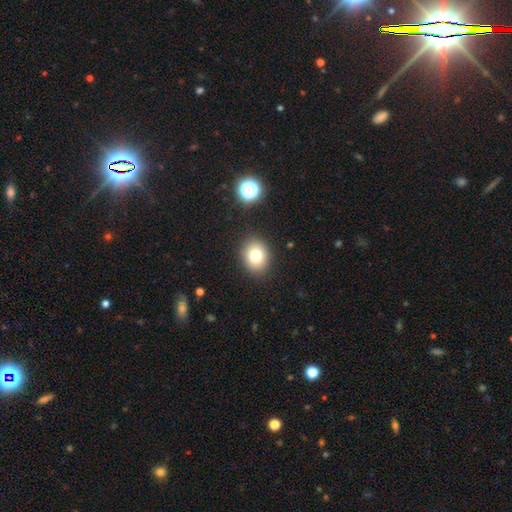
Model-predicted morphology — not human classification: Smooth or featured? Predicted: smooth (p=0.77). How rounded? Predicted: round (p=0.57). Merging? Predicted: none (p=0.87).